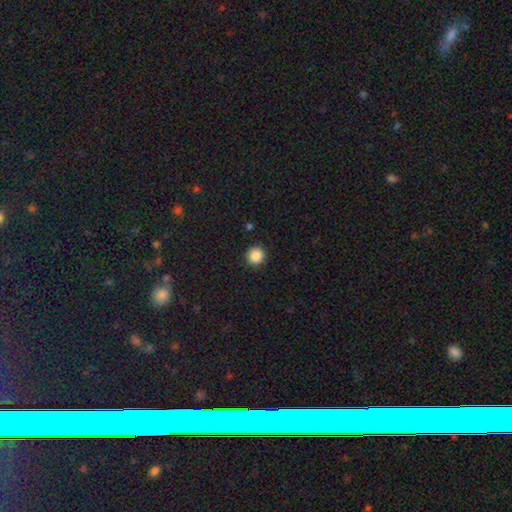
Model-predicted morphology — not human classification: type=smooth (87%); roundness=round (92%); merging=none (92%).